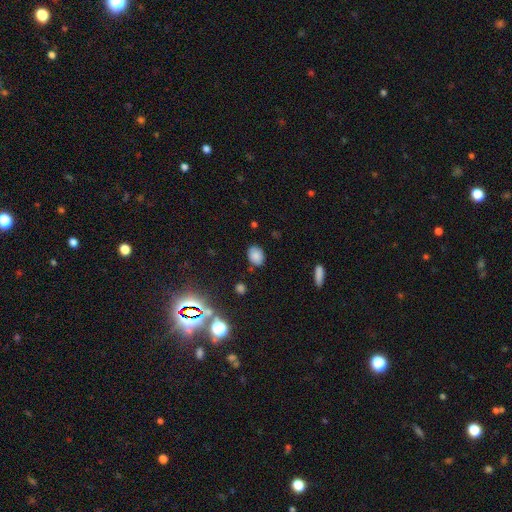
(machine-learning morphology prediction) Smooth or featured? smooth (80%)
How rounded? in between (63%)
Merging? none (78%)